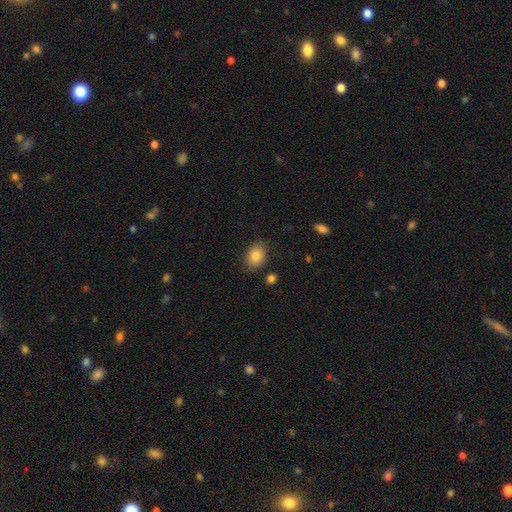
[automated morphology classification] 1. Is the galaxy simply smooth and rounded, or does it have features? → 86% smooth, 8% star or artifact, 6% featured or disk.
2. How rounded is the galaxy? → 66% in between, 33% round, 1% cigar-shaped.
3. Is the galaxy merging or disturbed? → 79% none, 14% minor disturbance, 4% major disturbance, 3% merger.